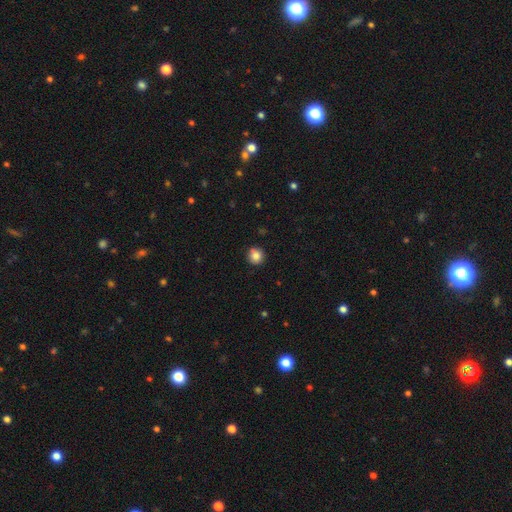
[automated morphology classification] Smooth or featured? Predicted: smooth (p=0.84). How rounded? Predicted: round (p=0.92). Merging? Predicted: none (p=0.89).